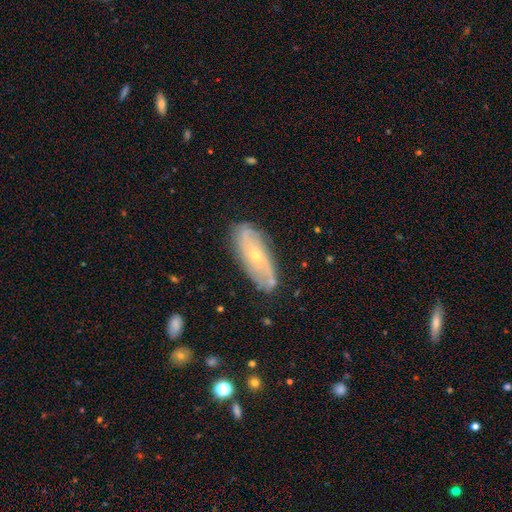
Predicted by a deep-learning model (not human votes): smooth_or_featured: featured or disk (p=0.67) [alt: smooth p=0.26]
disk_edge_on: no (p=0.83) [alt: yes p=0.17]
bar: no (p=0.75) [alt: weak p=0.19]
has_spiral_arms: yes (p=0.78) [alt: no p=0.22]
bulge_size: small (p=0.72) [alt: moderate p=0.25]
merging: none (p=0.77) [alt: minor disturbance p=0.17]